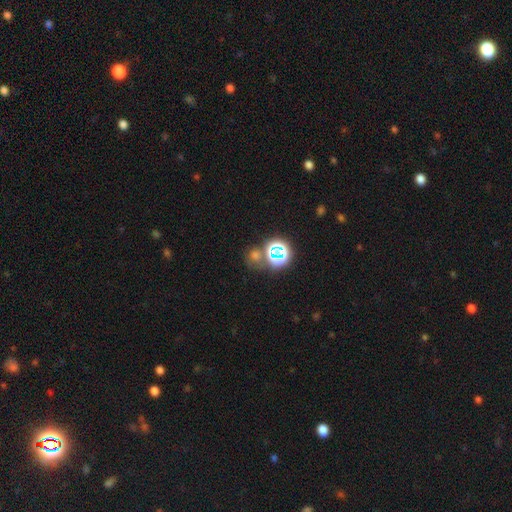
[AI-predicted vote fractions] A star or artifact, not a galaxy (49%).

Vote fractions:
- Smooth or featured? star or artifact: 49% / smooth: 42% / featured or disk: 9%